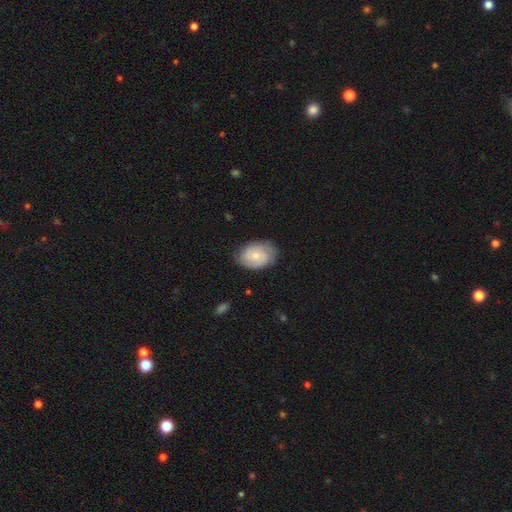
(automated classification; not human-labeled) smooth 47%, featured or disk 46%, star or artifact 7%. Down the decision tree: merging — none (75%).